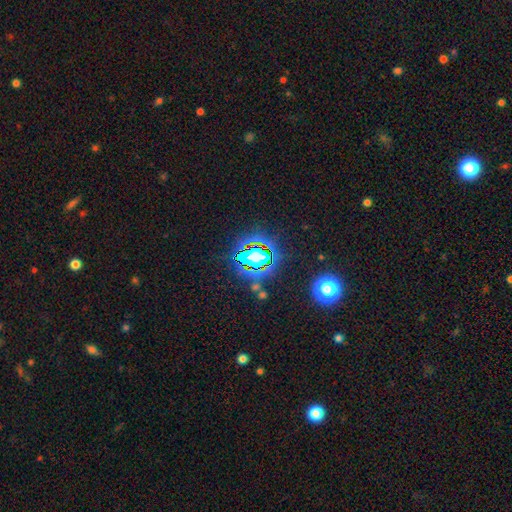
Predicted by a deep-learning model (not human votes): A star or artifact, not a galaxy (80%).